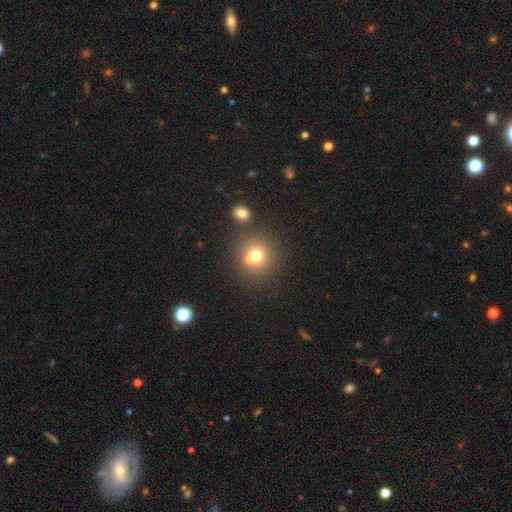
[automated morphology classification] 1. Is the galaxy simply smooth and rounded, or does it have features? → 69% smooth, 16% featured or disk, 15% star or artifact.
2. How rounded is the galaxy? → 89% round, 10% in between, 1% cigar-shaped.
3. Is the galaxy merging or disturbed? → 56% none, 33% merger, 8% minor disturbance, 3% major disturbance.